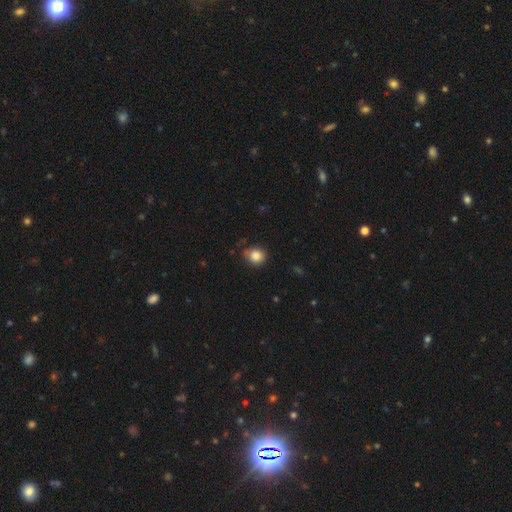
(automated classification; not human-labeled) The model was most divided on "merging": none: 71%, minor disturbance: 22%, major disturbance: 4%, merger: 2%. More confident: smooth or featured — smooth (85%); how rounded — round (76%).